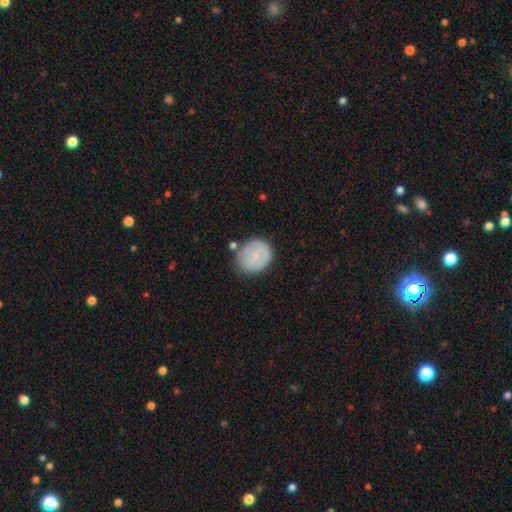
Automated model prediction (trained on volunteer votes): smooth-or-featured: smooth: 74% | featured or disk: 19% | star or artifact: 7%
  how-rounded: round: 85% | in between: 14% | cigar-shaped: 1%
  merging: none: 71% | minor disturbance: 19% | merger: 6% | major disturbance: 5%